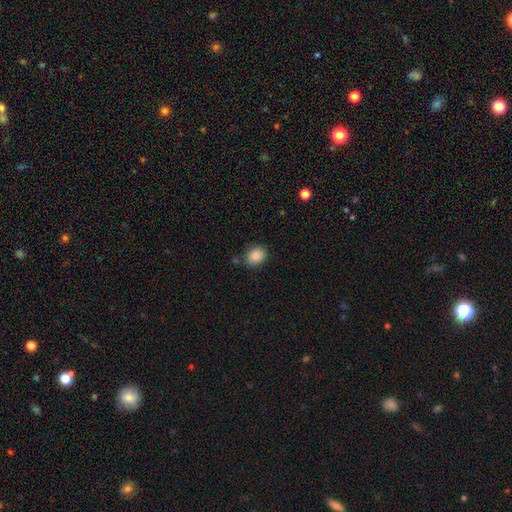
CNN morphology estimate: smooth 86%, star or artifact 9%, featured or disk 5%. Down the decision tree: how rounded — round (58%); merging — none (82%).